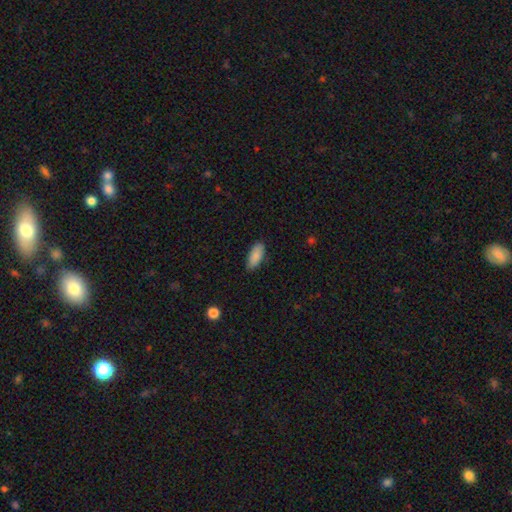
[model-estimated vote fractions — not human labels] This appears to be a smooth galaxy with no disk features (88%) that is in between round and cigar-shaped (83%). Merging: none (84%).